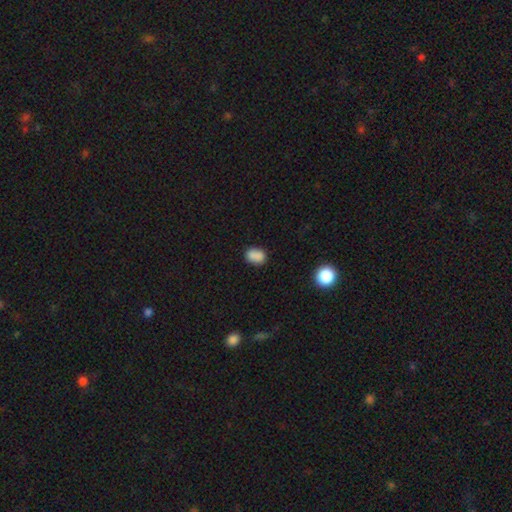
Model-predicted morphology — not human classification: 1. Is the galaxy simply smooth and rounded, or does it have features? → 84% smooth, 10% star or artifact, 6% featured or disk.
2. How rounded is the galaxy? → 69% in between, 30% round, 1% cigar-shaped.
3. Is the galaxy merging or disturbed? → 71% none, 16% minor disturbance, 9% merger, 4% major disturbance.